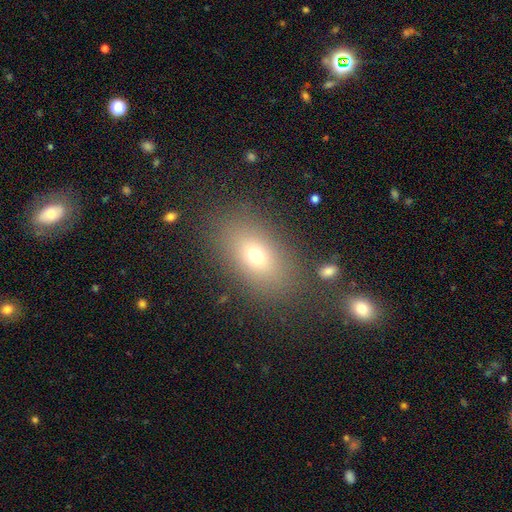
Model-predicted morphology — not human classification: Smooth or featured?
  - smooth: 69% *
  - featured or disk: 16%
  - star or artifact: 15%
How rounded?
  - in between: 82% *
  - round: 15%
  - cigar-shaped: 3%
Merging?
  - none: 82% *
  - minor disturbance: 10%
  - major disturbance: 5%
  - merger: 3%